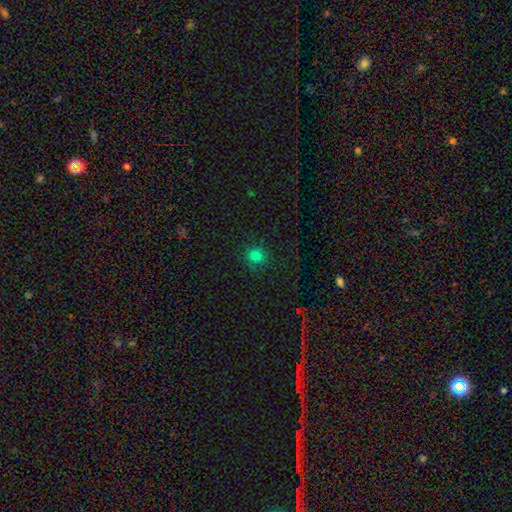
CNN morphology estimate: This appears to be a smooth galaxy with no disk features (78%) that is round (88%). Merging: none (85%).